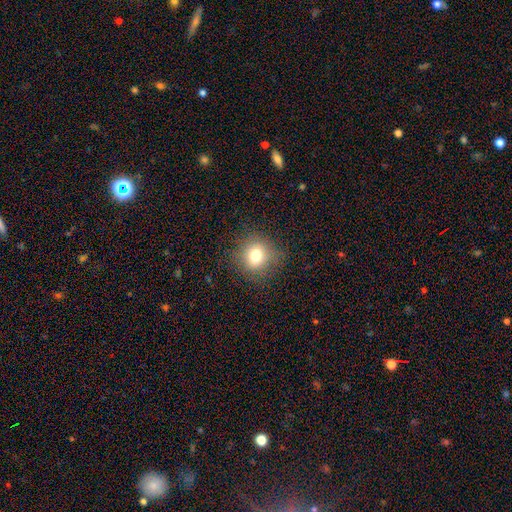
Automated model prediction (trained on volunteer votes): Q: Smooth or featured?
A: smooth (74%); runner-up: star or artifact (14%)
Q: How rounded?
A: round (84%); runner-up: in between (15%)
Q: Merging?
A: none (84%); runner-up: minor disturbance (11%)